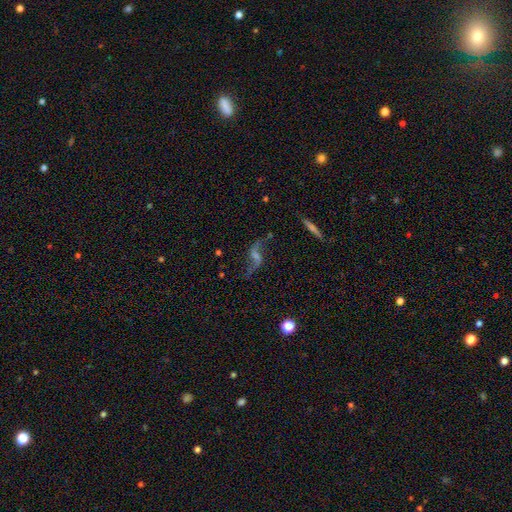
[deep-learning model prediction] featured or disk 84%, star or artifact 9%, smooth 7%. Down the decision tree: edge-on disk — no (92%); bar — weak (44%); spiral arms — yes (95%); spiral arm count — 2 (93%); spiral winding — loose (92%); bulge size — small (40%); merging — none (75%).